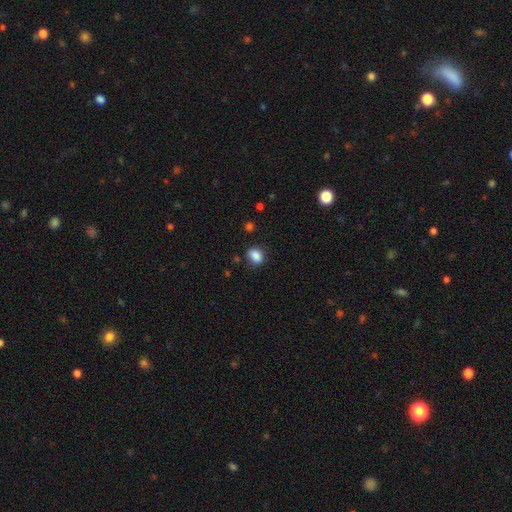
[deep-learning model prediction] Smooth or featured? Predicted: smooth (p=0.87). How rounded? Predicted: in between (p=0.61). Merging? Predicted: none (p=0.79).